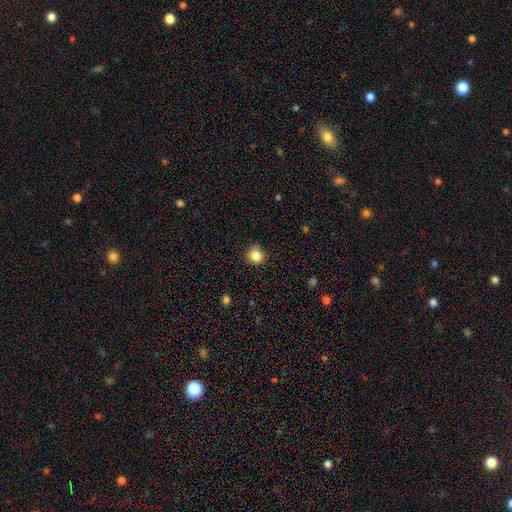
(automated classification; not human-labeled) Smooth or featured? smooth (84%)
How rounded? round (86%)
Merging? none (83%)